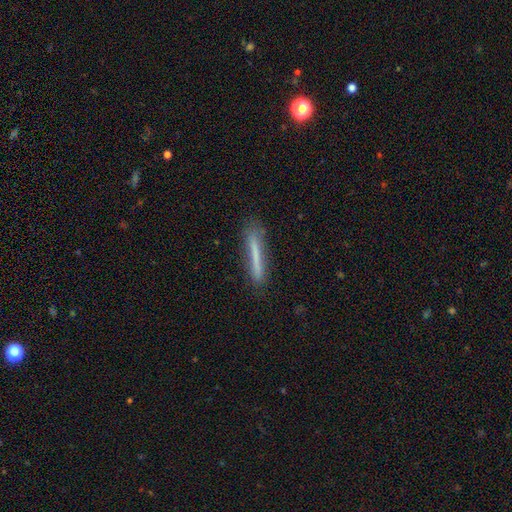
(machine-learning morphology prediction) smooth-or-featured: smooth: 65% | featured or disk: 28% | star or artifact: 7%
  how-rounded: cigar-shaped: 95% | in between: 4% | round: 1%
  merging: none: 80% | minor disturbance: 14% | major disturbance: 4% | merger: 2%